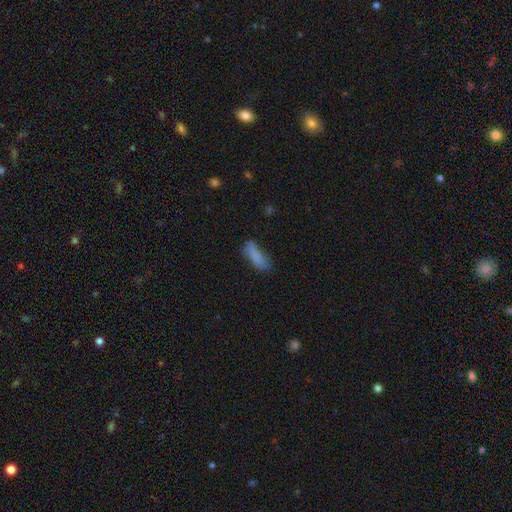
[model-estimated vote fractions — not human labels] The model was most divided on "how rounded": in between: 51%, cigar-shaped: 47%, round: 2%. More confident: smooth or featured — smooth (82%); merging — none (65%).